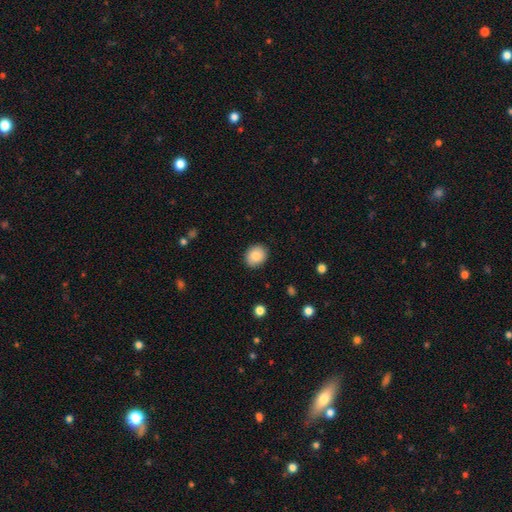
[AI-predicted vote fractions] smooth 87%, star or artifact 8%, featured or disk 5%. Down the decision tree: how rounded — round (65%); merging — none (89%).